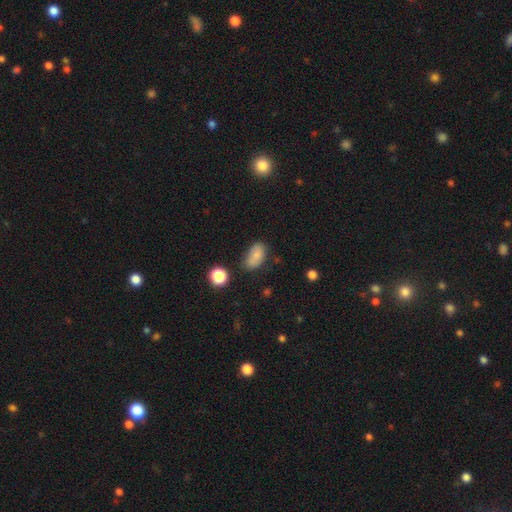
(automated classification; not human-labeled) Smooth or featured? Predicted: smooth (p=0.78). How rounded? Predicted: in between (p=0.89). Merging? Predicted: none (p=0.58).